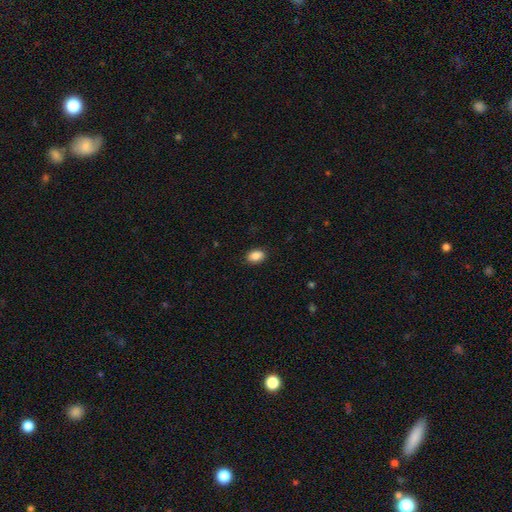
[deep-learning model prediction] Smooth or featured? smooth (88%)
How rounded? in between (85%)
Merging? none (88%)